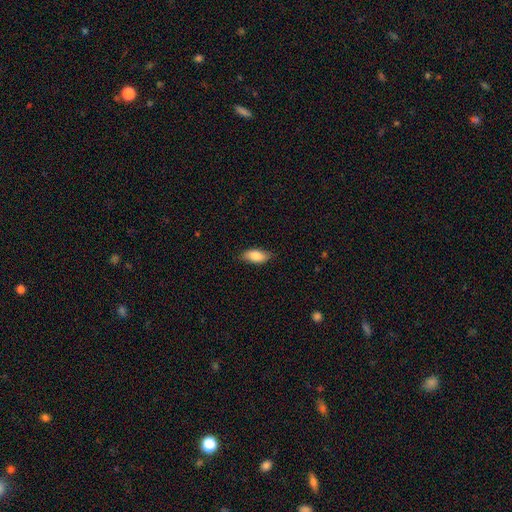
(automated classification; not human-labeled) Smooth or featured: smooth — 83% (featured or disk — 11%)
How rounded: in between — 89% (cigar-shaped — 8%)
Merging: none — 82% (minor disturbance — 15%)